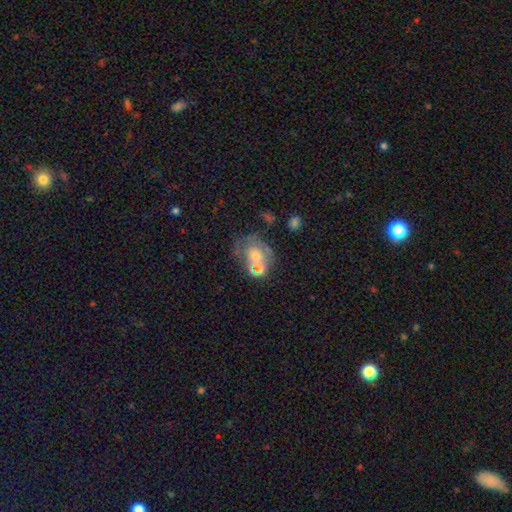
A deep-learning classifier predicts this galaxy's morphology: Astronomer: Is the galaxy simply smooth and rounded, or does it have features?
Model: smooth — 51% (runner-up: featured or disk, 33%).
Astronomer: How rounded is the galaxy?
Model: round — 56% (runner-up: in between, 43%).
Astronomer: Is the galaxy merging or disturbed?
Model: none — 36% (runner-up: merger, 27%).